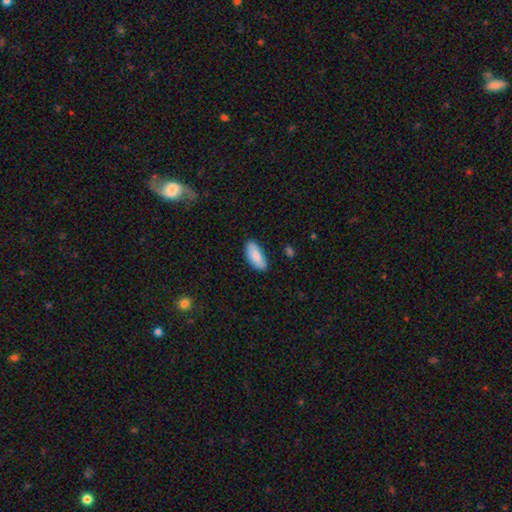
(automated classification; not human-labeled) smooth-or-featured: smooth: 87% | featured or disk: 8% | star or artifact: 6%
  how-rounded: in between: 85% | cigar-shaped: 13% | round: 2%
  merging: none: 80% | minor disturbance: 16% | major disturbance: 2% | merger: 2%